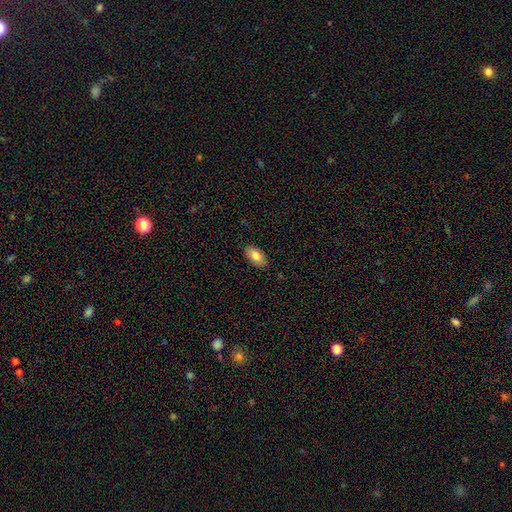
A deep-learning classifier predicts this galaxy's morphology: Smooth or featured? smooth (82%)
How rounded? in between (93%)
Merging? none (87%)